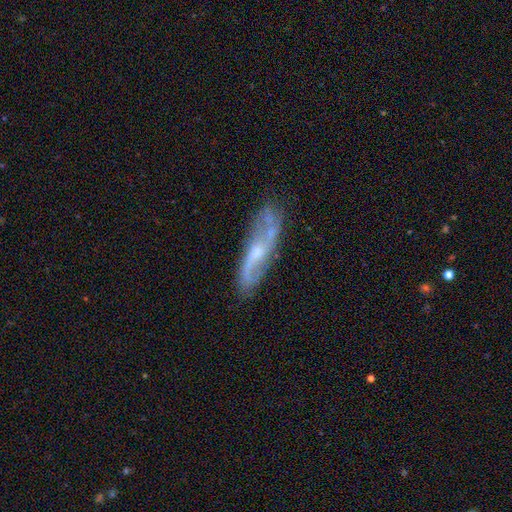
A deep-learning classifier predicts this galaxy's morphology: The model was most divided on "bar": no: 48%, weak: 40%, strong: 11%. More confident: spiral arms — yes (90%); smooth or featured — featured or disk (77%); merging — none (76%); edge-on disk — no (72%); bulge size — small (51%).